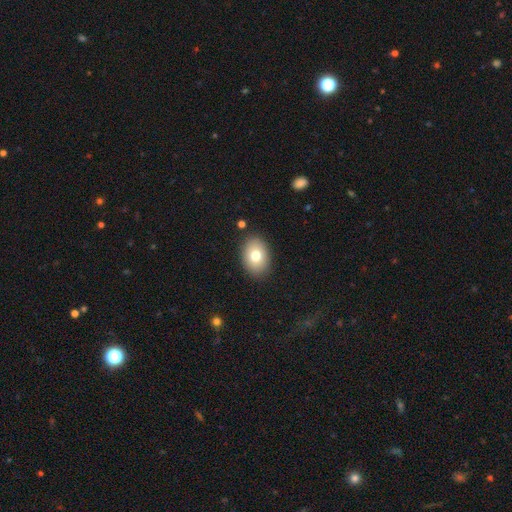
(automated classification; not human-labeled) A smooth galaxy with no disk features (77%) that is in between round and cigar-shaped (77%). Merging: none (88%).